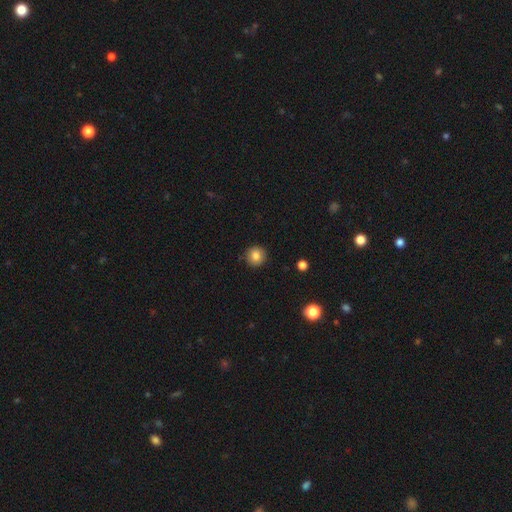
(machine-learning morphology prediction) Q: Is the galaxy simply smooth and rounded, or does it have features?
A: smooth — 84%.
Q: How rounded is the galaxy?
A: round — 93%.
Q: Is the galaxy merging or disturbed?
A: none — 90%.